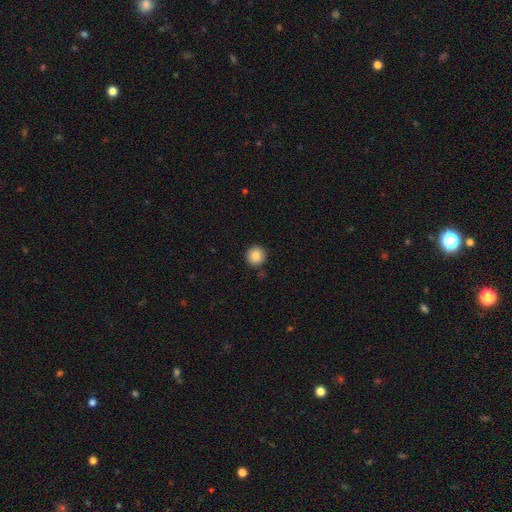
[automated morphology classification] Overall: smooth (86%). How rounded: round (95%). Merging: none (90%).